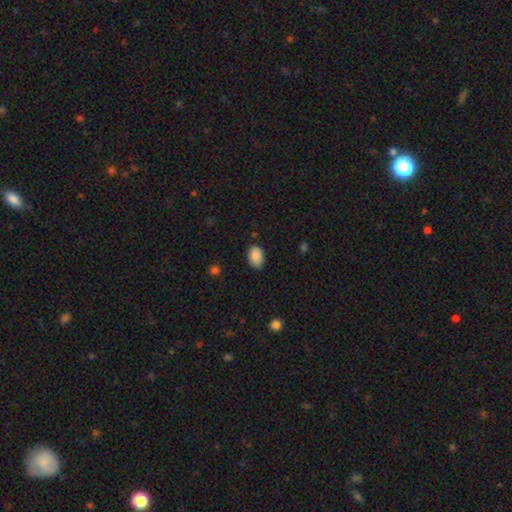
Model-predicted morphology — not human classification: Smooth or featured?
  - smooth: 89% *
  - star or artifact: 7%
  - featured or disk: 4%
How rounded?
  - in between: 88% *
  - round: 11%
  - cigar-shaped: 1%
Merging?
  - none: 79% *
  - minor disturbance: 16%
  - major disturbance: 3%
  - merger: 1%